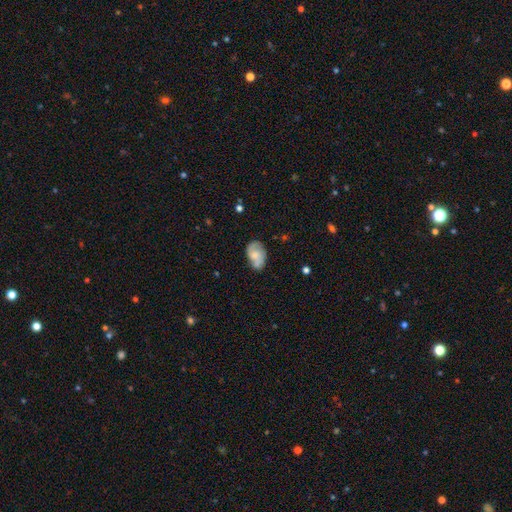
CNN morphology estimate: A smooth galaxy with no disk features (48%).

Vote fractions:
- Smooth or featured? smooth: 48% / featured or disk: 44% / star or artifact: 8%
- Merging? none: 55% / minor disturbance: 27% / major disturbance: 9% / merger: 8%